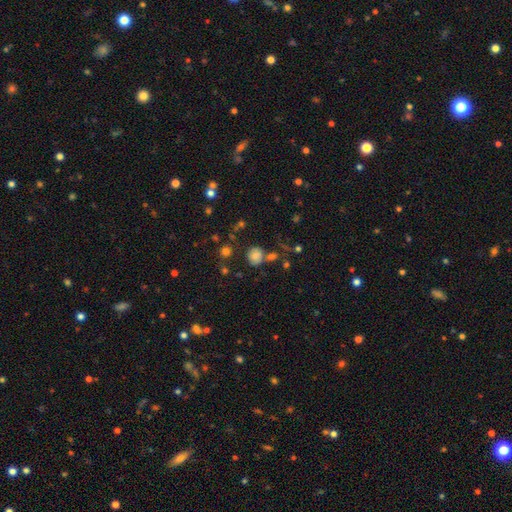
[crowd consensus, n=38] Smooth or featured? smooth (79%)
How rounded? round (67%)
Merging? none (70%)